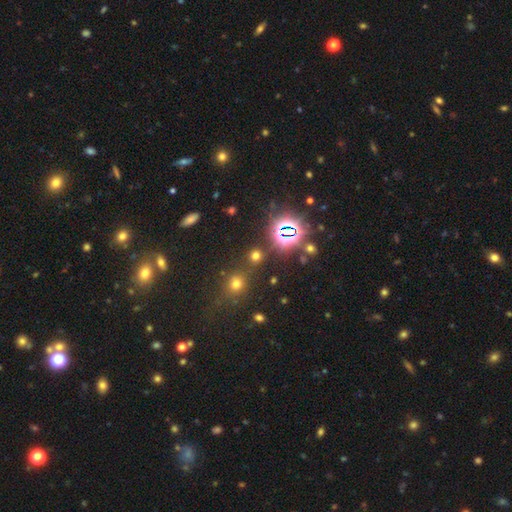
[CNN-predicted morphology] This is possibly a smooth galaxy (49%). Merging: clearly none (80%).